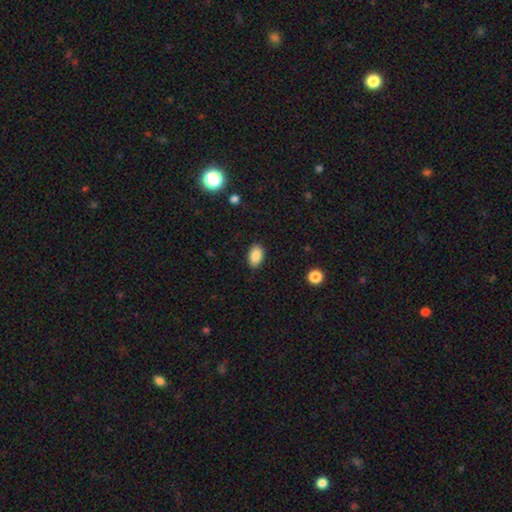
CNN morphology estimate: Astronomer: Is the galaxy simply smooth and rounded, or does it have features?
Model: smooth — 87%.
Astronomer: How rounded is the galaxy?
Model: in between — 90%.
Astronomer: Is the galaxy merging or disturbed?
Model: none — 88%.